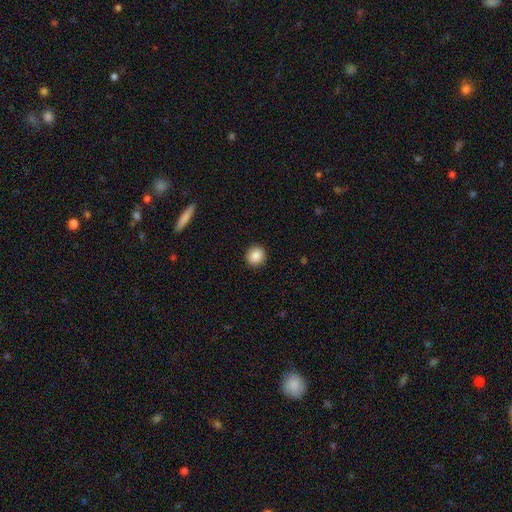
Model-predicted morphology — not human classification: A smooth galaxy with no disk features (88%) that is round (87%).

Vote fractions:
- Smooth or featured? smooth: 88% / star or artifact: 8% / featured or disk: 4%
- How rounded? round: 87% / in between: 12% / cigar-shaped: 1%
- Merging? none: 91% / minor disturbance: 6% / major disturbance: 2% / merger: 1%